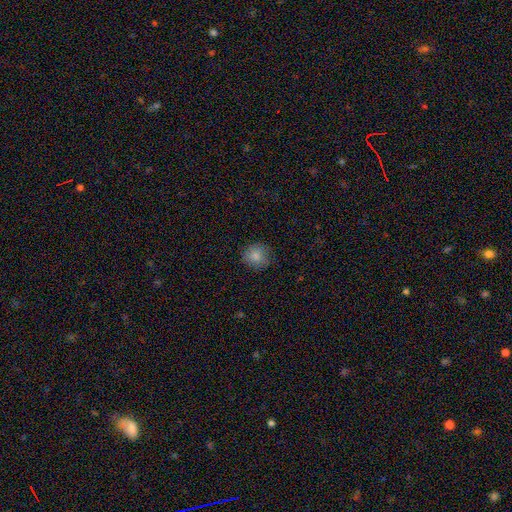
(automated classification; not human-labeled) Smooth or featured: smooth — 84% (star or artifact — 10%)
How rounded: round — 86% (in between — 13%)
Merging: none — 83% (minor disturbance — 13%)